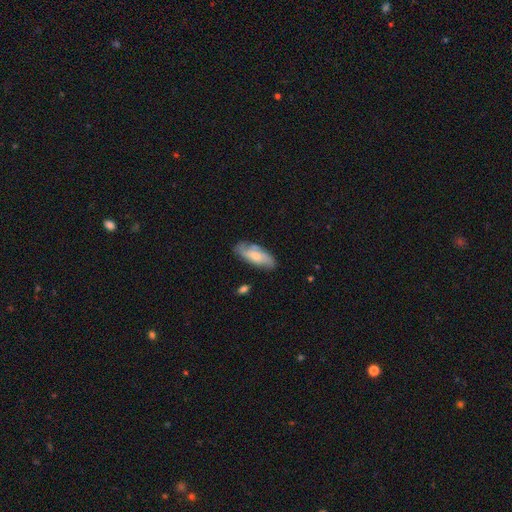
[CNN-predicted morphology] Overall: smooth (52%; featured or disk 42%). How rounded: in between (76%). Merging: none (70%).